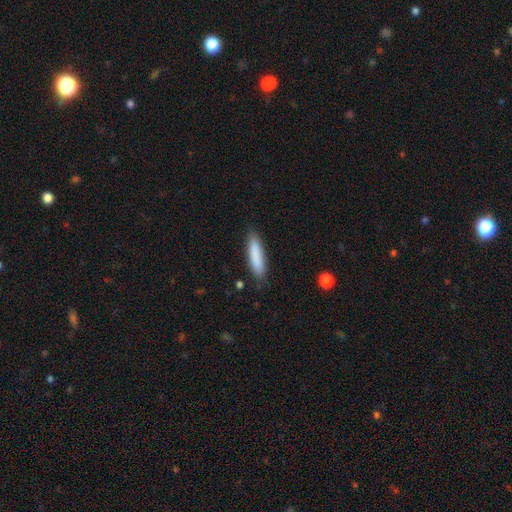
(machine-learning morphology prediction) Smooth or featured? smooth (85%)
How rounded? cigar-shaped (78%)
Merging? none (85%)